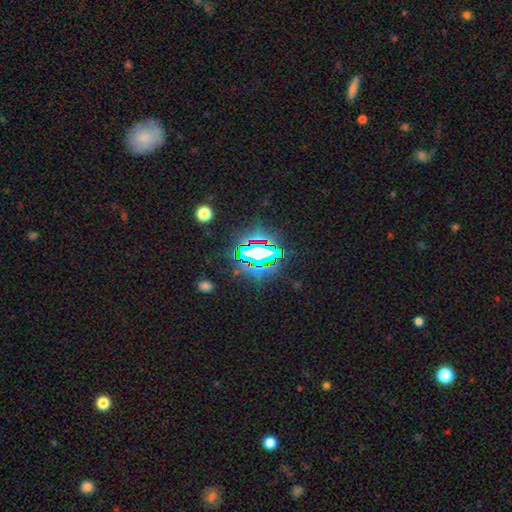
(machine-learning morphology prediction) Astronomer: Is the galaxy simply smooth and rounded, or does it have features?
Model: star or artifact — 73%.